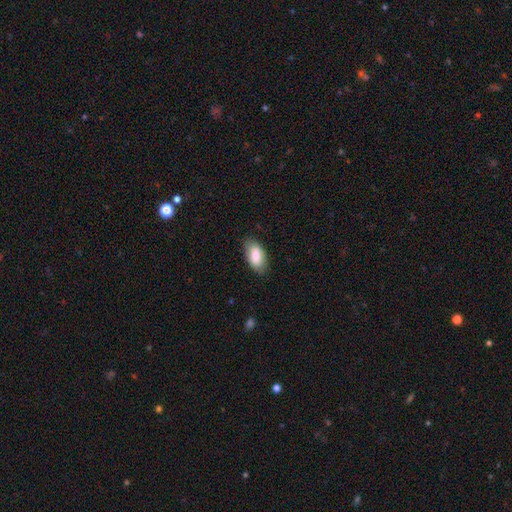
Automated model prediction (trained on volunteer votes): Overall: smooth (83%). How rounded: in between (93%). Merging: none (81%).